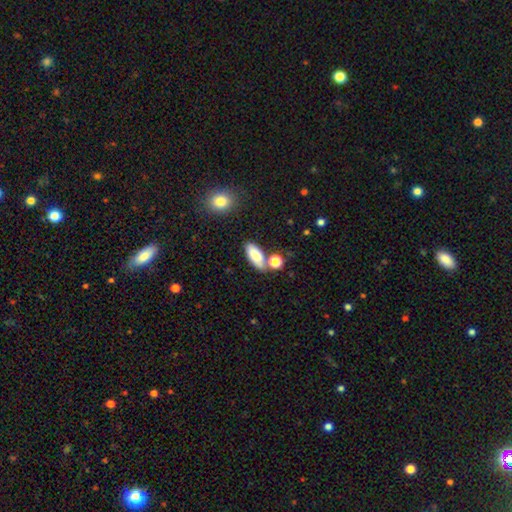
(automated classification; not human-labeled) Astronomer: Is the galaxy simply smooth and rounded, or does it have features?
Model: smooth — 78%.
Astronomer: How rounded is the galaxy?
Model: in between — 81%.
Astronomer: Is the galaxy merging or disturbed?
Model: none — 63%.